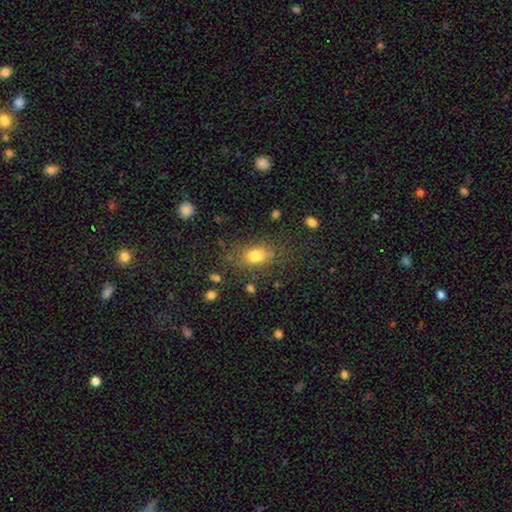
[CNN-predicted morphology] This is likely a smooth galaxy (79%). How rounded: likely in between (76%). Merging: likely none (73%).